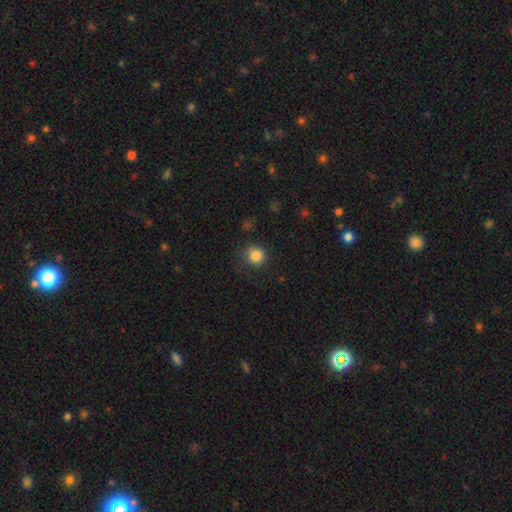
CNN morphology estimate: Smooth or featured: smooth — 84% (star or artifact — 11%)
How rounded: round — 91% (in between — 8%)
Merging: none — 80% (minor disturbance — 14%)